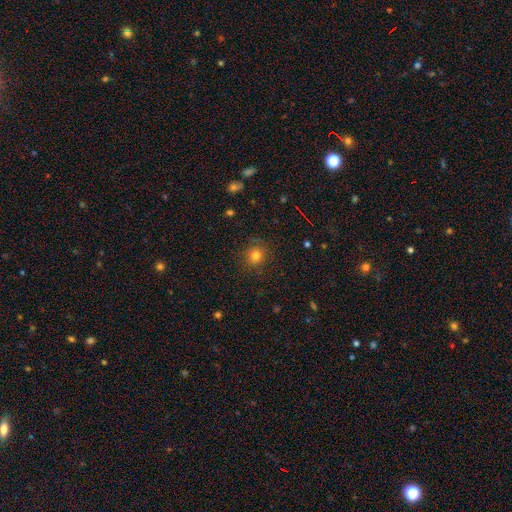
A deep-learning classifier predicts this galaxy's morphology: Smooth or featured: smooth — 78% (star or artifact — 15%)
How rounded: round — 85% (in between — 14%)
Merging: none — 85% (minor disturbance — 10%)